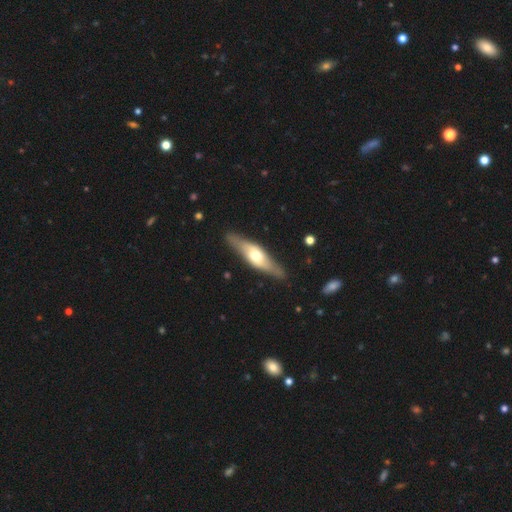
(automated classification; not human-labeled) Morphology: type=featured or disk (59%); edge-on=yes (76%); merging=none (84%).